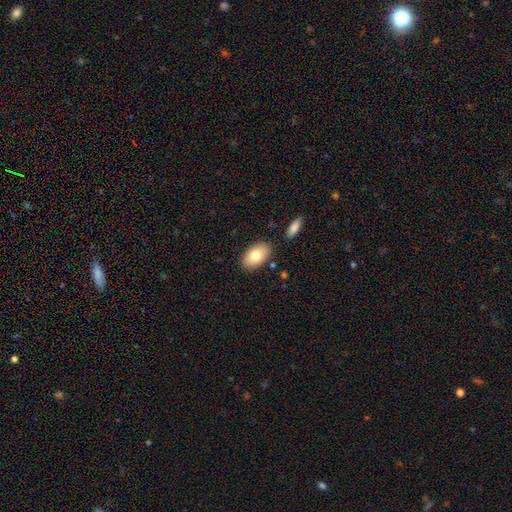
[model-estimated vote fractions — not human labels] Q: Smooth or featured?
A: smooth (79%); runner-up: featured or disk (15%)
Q: How rounded?
A: in between (93%); runner-up: round (5%)
Q: Merging?
A: none (84%); runner-up: minor disturbance (10%)